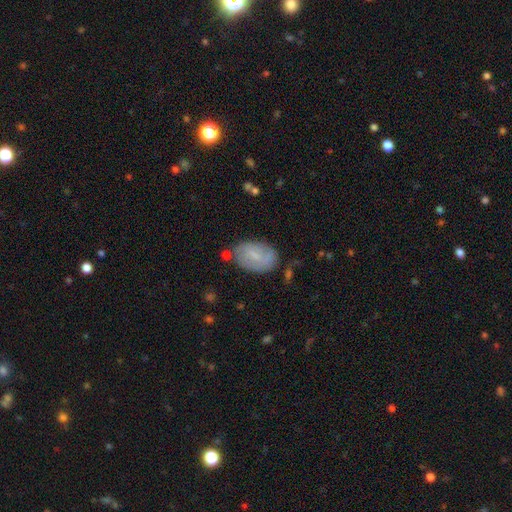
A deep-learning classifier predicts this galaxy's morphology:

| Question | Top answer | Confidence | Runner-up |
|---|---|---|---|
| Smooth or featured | smooth | 50% | featured or disk (42%) |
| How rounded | in between | 89% | round (9%) |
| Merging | none | 69% | minor disturbance (21%) |